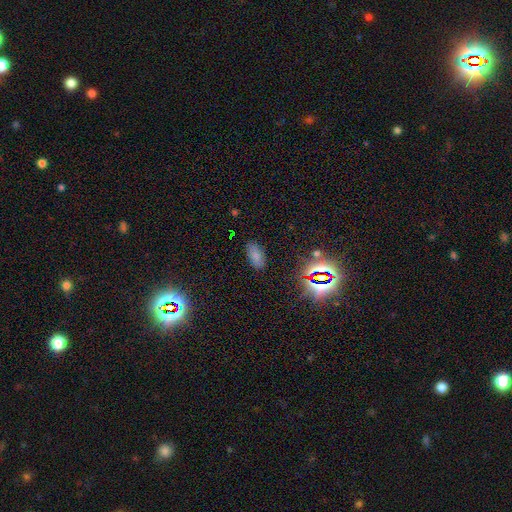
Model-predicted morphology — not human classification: This appears to be a smooth galaxy with no disk features (74%) that is in between round and cigar-shaped (90%). Merging: none (85%).